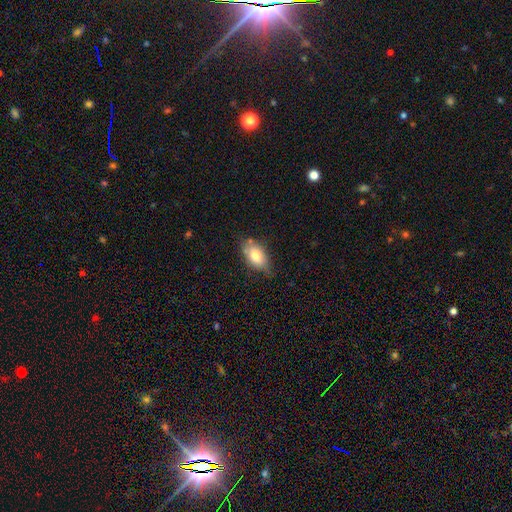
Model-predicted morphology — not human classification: Q: Smooth or featured?
A: smooth (74%); runner-up: featured or disk (18%)
Q: How rounded?
A: in between (89%); runner-up: round (7%)
Q: Merging?
A: none (62%); runner-up: minor disturbance (29%)